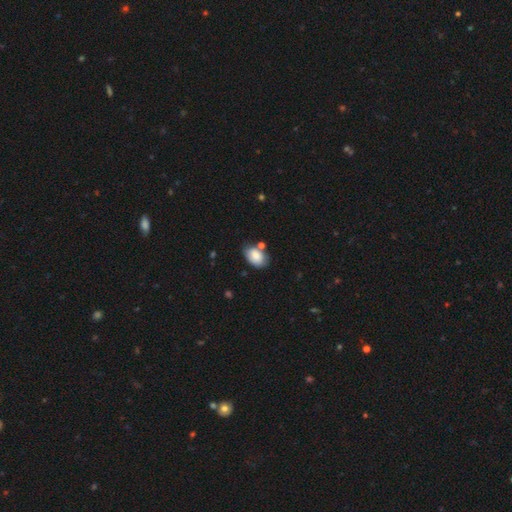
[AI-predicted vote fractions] This is clearly a smooth galaxy (81%). How rounded: clearly in between (86%). Merging: likely none (60%).